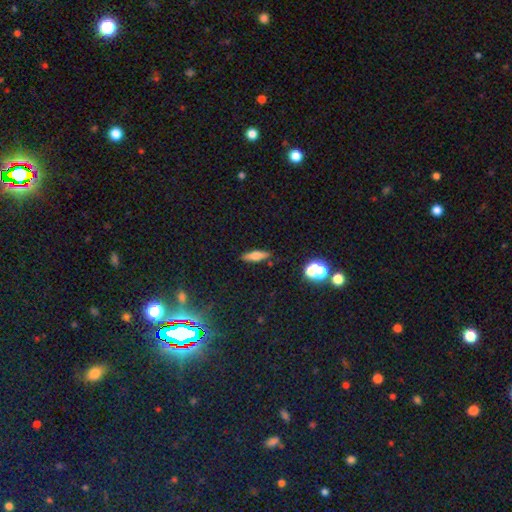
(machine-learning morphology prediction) smooth-or-featured: smooth: 57% | featured or disk: 33% | star or artifact: 10%
  how-rounded: cigar-shaped: 61% | in between: 35% | round: 3%
  merging: none: 86% | minor disturbance: 9% | major disturbance: 2% | merger: 2%